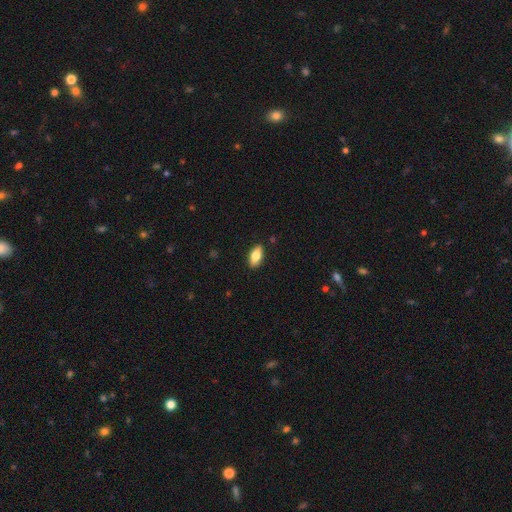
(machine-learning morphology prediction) Q: Smooth or featured?
A: smooth (77%); runner-up: featured or disk (16%)
Q: How rounded?
A: in between (87%); runner-up: cigar-shaped (10%)
Q: Merging?
A: none (88%); runner-up: minor disturbance (9%)